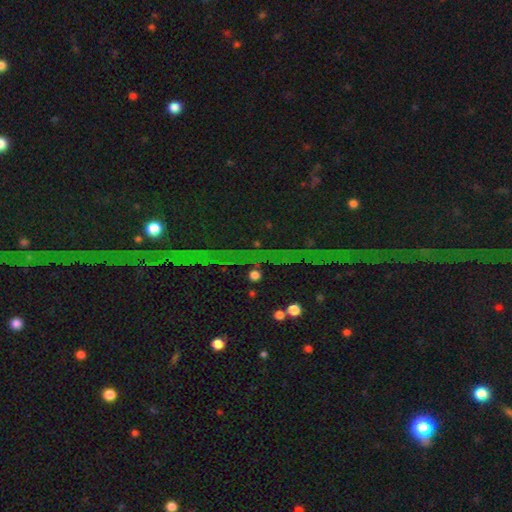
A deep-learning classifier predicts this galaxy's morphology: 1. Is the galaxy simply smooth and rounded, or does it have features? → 80% star or artifact, 12% featured or disk, 8% smooth.